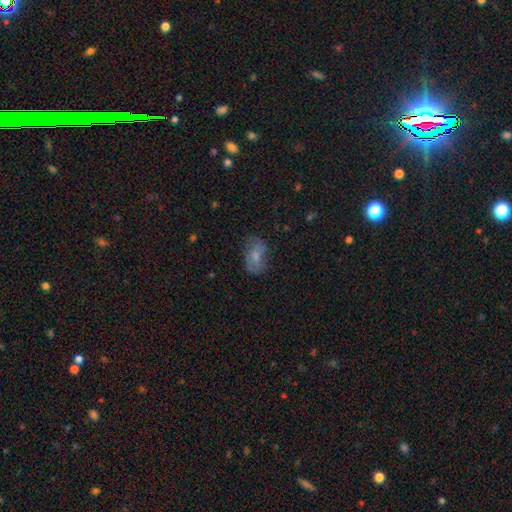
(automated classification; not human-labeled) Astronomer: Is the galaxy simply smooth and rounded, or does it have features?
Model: smooth — 59%.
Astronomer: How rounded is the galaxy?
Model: in between — 88%.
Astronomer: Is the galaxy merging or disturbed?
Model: none — 59%.